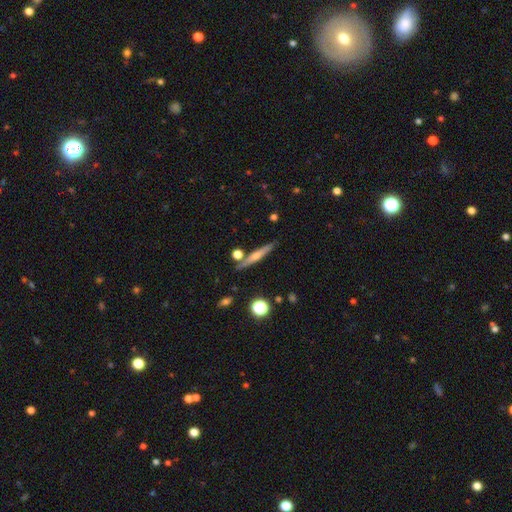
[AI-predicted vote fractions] featured or disk 55%, smooth 36%, star or artifact 8%. Down the decision tree: edge-on disk — yes (95%); edge-on bulge — rounded (70%); merging — none (82%).